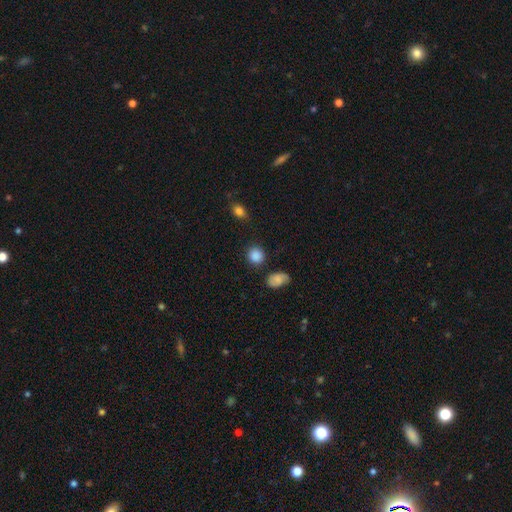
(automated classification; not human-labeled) smooth 86%, star or artifact 9%, featured or disk 5%. Down the decision tree: how rounded — round (85%); merging — none (82%).